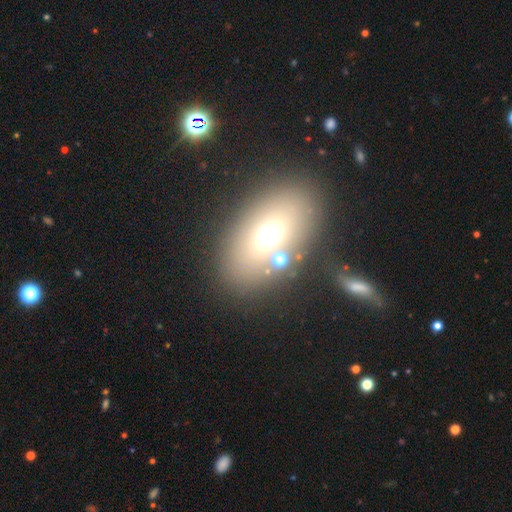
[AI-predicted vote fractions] A smooth galaxy with no disk features (63%) that is in between round and cigar-shaped (84%).

Vote fractions:
- Smooth or featured? smooth: 63% / featured or disk: 21% / star or artifact: 15%
- How rounded? in between: 84% / round: 14% / cigar-shaped: 2%
- Merging? none: 71% / merger: 12% / minor disturbance: 11% / major disturbance: 6%